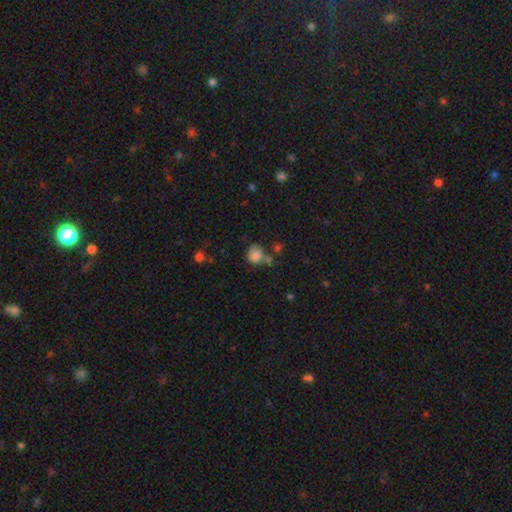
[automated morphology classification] smooth 82%, star or artifact 11%, featured or disk 7%. Down the decision tree: how rounded — round (75%); merging — none (52%).